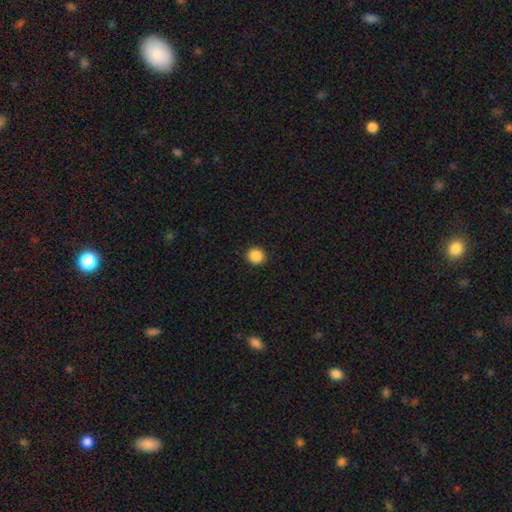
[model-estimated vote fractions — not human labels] The model was most divided on "smooth or featured": smooth: 88%, star or artifact: 10%, featured or disk: 2%. More confident: merging — none (93%); how rounded — round (89%).